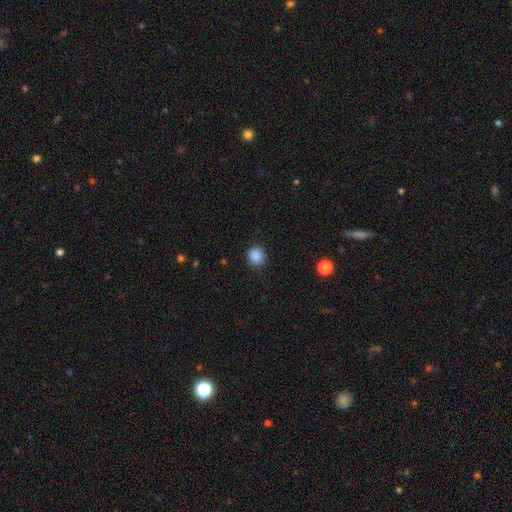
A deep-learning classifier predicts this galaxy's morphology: Smooth or featured? smooth (88%)
How rounded? round (87%)
Merging? none (90%)